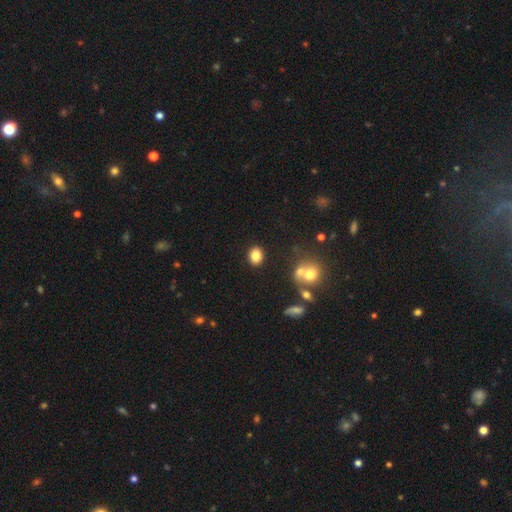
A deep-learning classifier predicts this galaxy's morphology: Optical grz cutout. It shows a smooth galaxy with no disk features (84%) that is in between round and cigar-shaped (59%). Merging: none (85%).